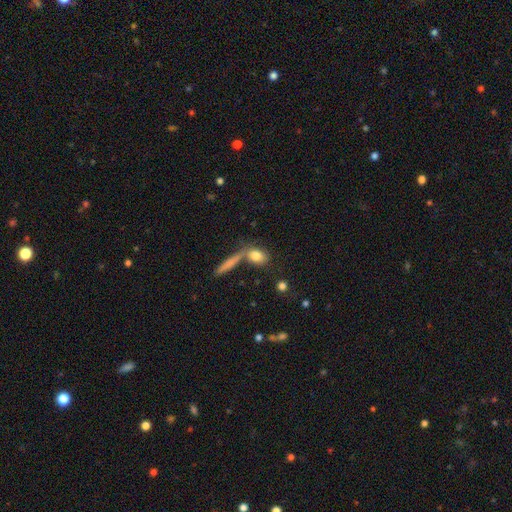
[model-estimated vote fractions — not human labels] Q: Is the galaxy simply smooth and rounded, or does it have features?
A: smooth — 78%.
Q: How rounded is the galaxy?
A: in between — 64%.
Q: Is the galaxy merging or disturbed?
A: none — 58%.